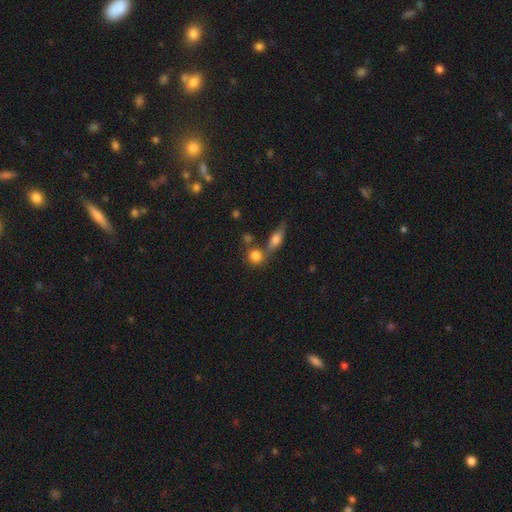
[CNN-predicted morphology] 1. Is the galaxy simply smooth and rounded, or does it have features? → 81% smooth, 10% featured or disk, 10% star or artifact.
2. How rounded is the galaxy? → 78% round, 18% in between, 4% cigar-shaped.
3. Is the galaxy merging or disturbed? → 54% none, 32% merger, 10% minor disturbance, 4% major disturbance.